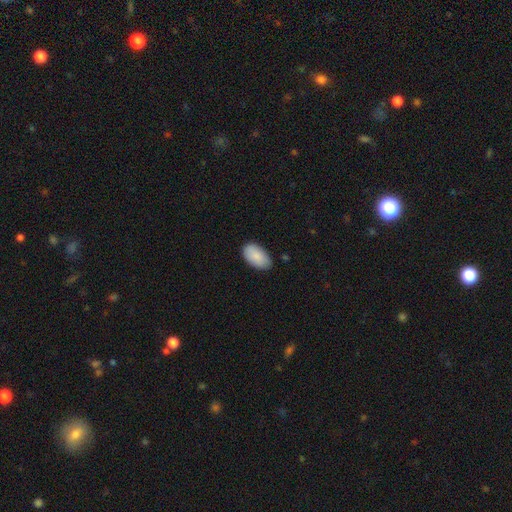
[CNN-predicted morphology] A smooth galaxy with no disk features (89%) that is in between round and cigar-shaped (96%).

Vote fractions:
- Smooth or featured? smooth: 89% / star or artifact: 6% / featured or disk: 5%
- How rounded? in between: 96% / round: 3% / cigar-shaped: 1%
- Merging? none: 83% / minor disturbance: 14% / major disturbance: 2% / merger: 1%